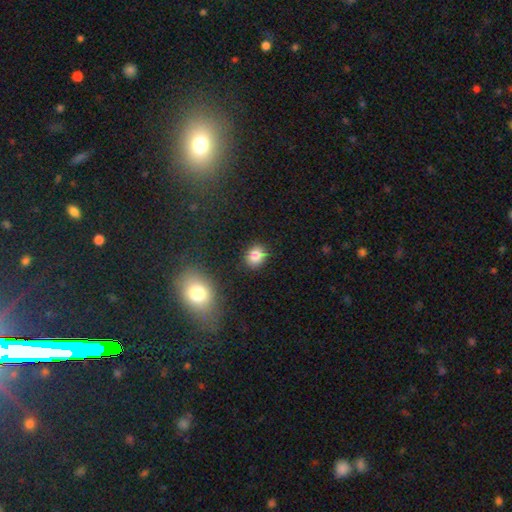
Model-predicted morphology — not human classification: Smooth or featured? smooth (83%)
How rounded? round (55%)
Merging? none (74%)